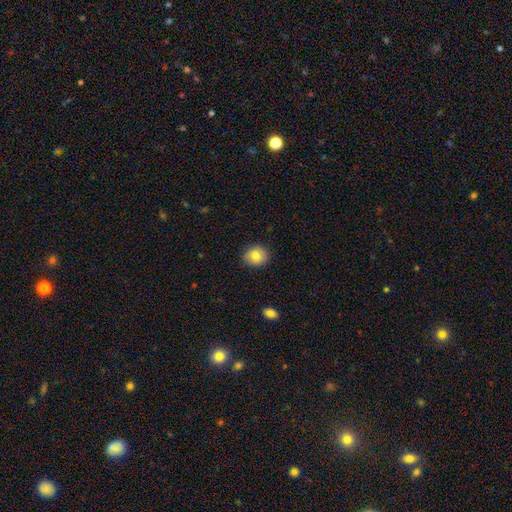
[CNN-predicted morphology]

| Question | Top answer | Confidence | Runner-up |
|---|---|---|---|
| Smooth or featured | smooth | 79% | featured or disk (12%) |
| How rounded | round | 74% | in between (25%) |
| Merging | none | 86% | minor disturbance (11%) |